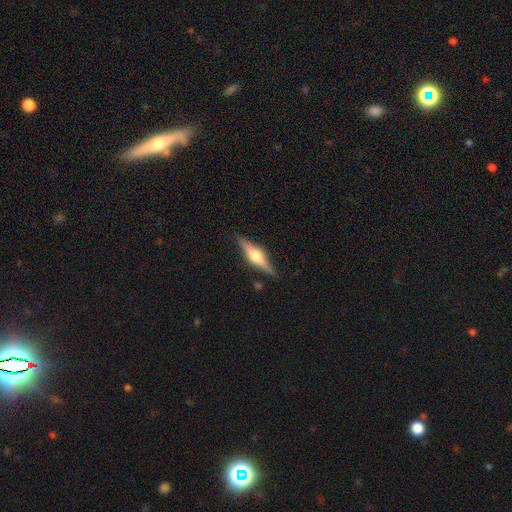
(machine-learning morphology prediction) smooth-or-featured: featured or disk: 74% | smooth: 20% | star or artifact: 6%
  disk-edge-on: yes: 97% | no: 3%
    edge-on-bulge: rounded: 92% | boxy: 6% | none: 2%
  merging: none: 88% | minor disturbance: 9% | major disturbance: 2% | merger: 1%